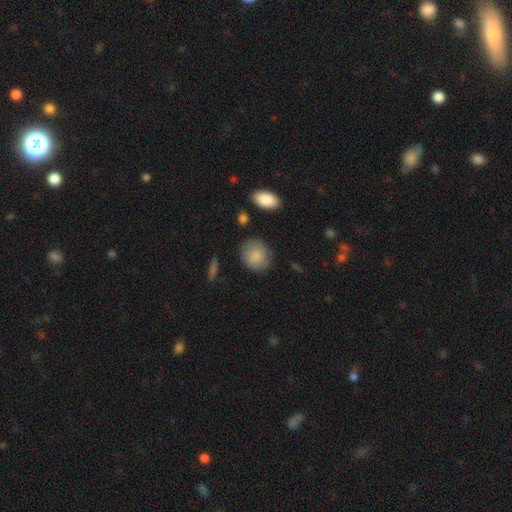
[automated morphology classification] Smooth or featured?
  - smooth: 86% *
  - featured or disk: 8%
  - star or artifact: 7%
How rounded?
  - round: 81% *
  - in between: 17%
  - cigar-shaped: 1%
Merging?
  - none: 82% *
  - minor disturbance: 13%
  - major disturbance: 3%
  - merger: 2%